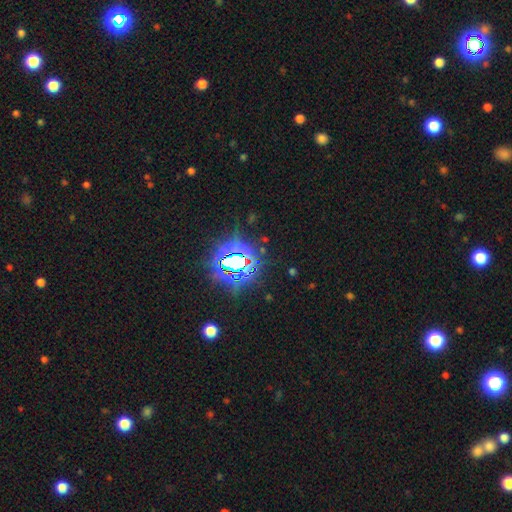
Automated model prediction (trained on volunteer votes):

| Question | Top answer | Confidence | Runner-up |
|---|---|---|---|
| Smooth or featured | star or artifact | 84% | smooth (10%) |